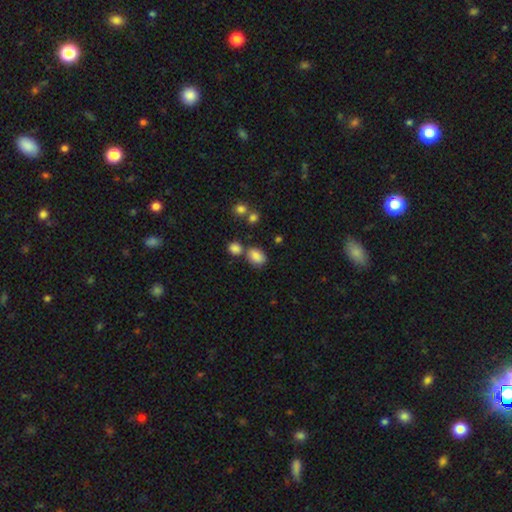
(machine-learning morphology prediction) Smooth or featured?
  - smooth: 82% *
  - star or artifact: 11%
  - featured or disk: 7%
How rounded?
  - in between: 74% *
  - round: 24%
  - cigar-shaped: 1%
Merging?
  - none: 64% *
  - merger: 17%
  - minor disturbance: 14%
  - major disturbance: 4%